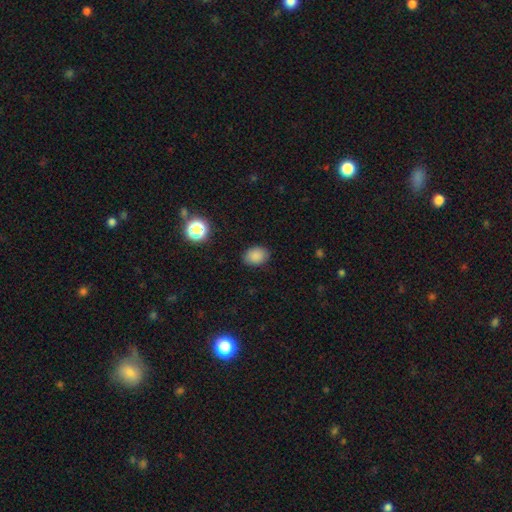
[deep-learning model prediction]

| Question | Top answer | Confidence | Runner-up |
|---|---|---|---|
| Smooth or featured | smooth | 85% | star or artifact (11%) |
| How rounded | in between | 66% | round (33%) |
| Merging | none | 85% | minor disturbance (11%) |